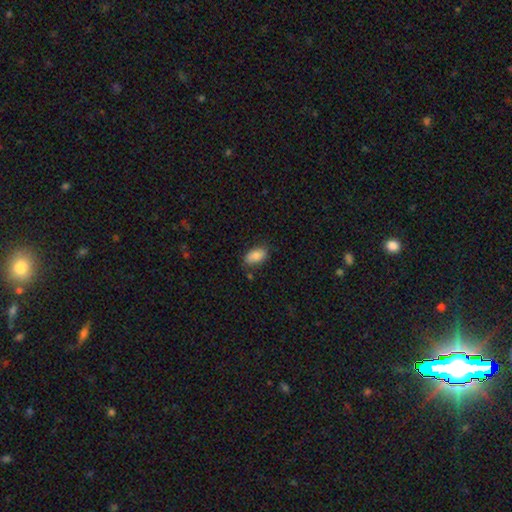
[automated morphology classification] Q: Smooth or featured?
A: smooth (86%); runner-up: star or artifact (7%)
Q: How rounded?
A: in between (92%); runner-up: round (5%)
Q: Merging?
A: none (79%); runner-up: minor disturbance (16%)